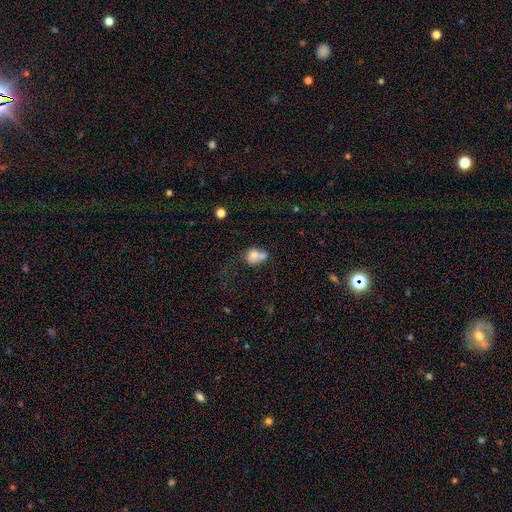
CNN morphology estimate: Smooth or featured? Predicted: smooth (p=0.70). How rounded? Predicted: in between (p=0.52). Merging? Predicted: merger (p=0.49).